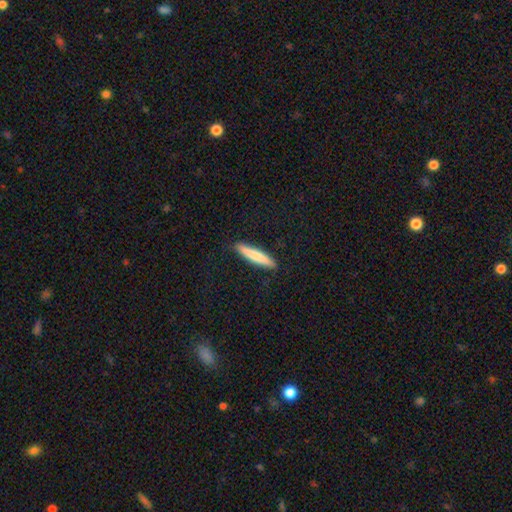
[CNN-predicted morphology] The model was most divided on "smooth or featured": smooth: 74%, featured or disk: 21%, star or artifact: 5%. More confident: how rounded — cigar-shaped (92%); merging — none (89%).